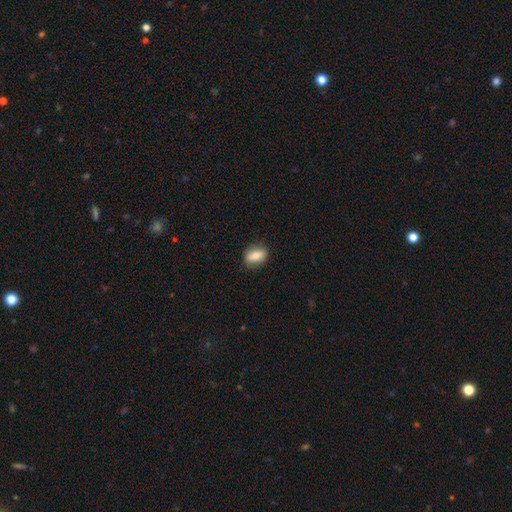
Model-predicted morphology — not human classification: Smooth or featured? Predicted: smooth (p=0.75). How rounded? Predicted: in between (p=0.73). Merging? Predicted: none (p=0.84).